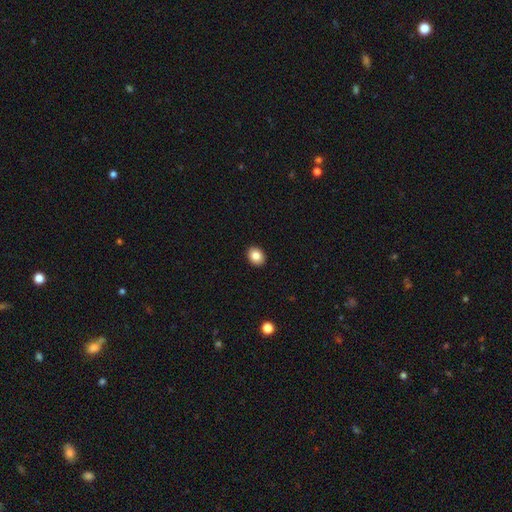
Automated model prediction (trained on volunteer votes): smooth_or_featured: smooth (p=0.86) [alt: star or artifact p=0.09]
how_rounded: round (p=0.51) [alt: in between p=0.48]
merging: none (p=0.92) [alt: minor disturbance p=0.05]